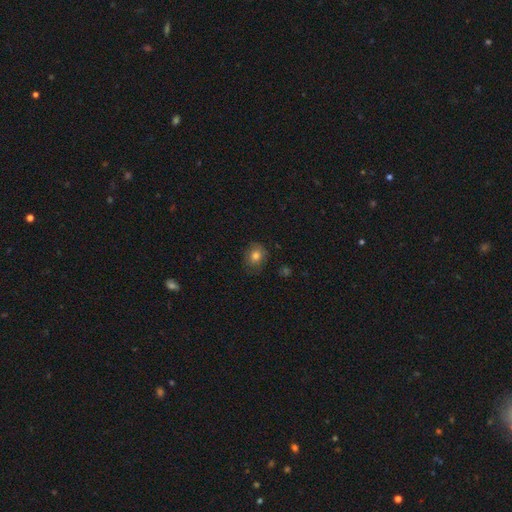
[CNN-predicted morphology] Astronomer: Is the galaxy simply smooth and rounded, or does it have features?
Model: smooth — 79%.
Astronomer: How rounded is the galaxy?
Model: round — 72%.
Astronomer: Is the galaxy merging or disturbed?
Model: none — 77%.